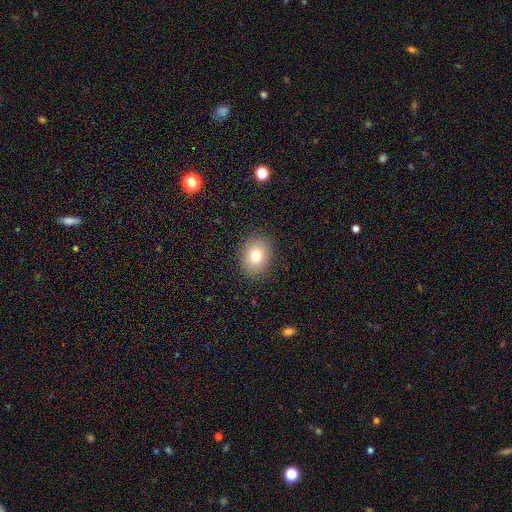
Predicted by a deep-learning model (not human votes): smooth_or_featured: smooth (p=0.77) [alt: star or artifact p=0.11]
how_rounded: in between (p=0.50) [alt: round p=0.49]
merging: none (p=0.87) [alt: minor disturbance p=0.09]